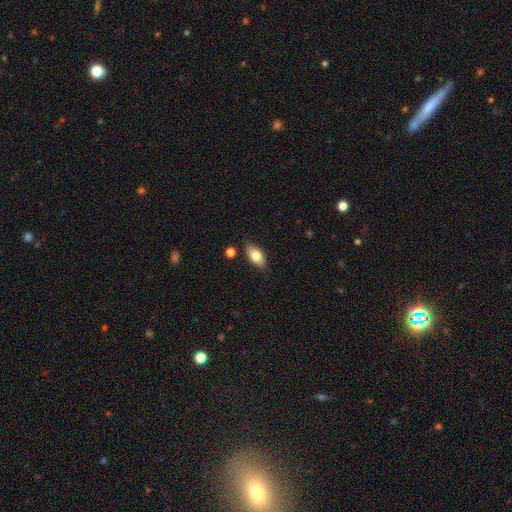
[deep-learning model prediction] This appears to be a smooth galaxy with no disk features (77%) that is in between round and cigar-shaped (89%). Merging: none (83%).